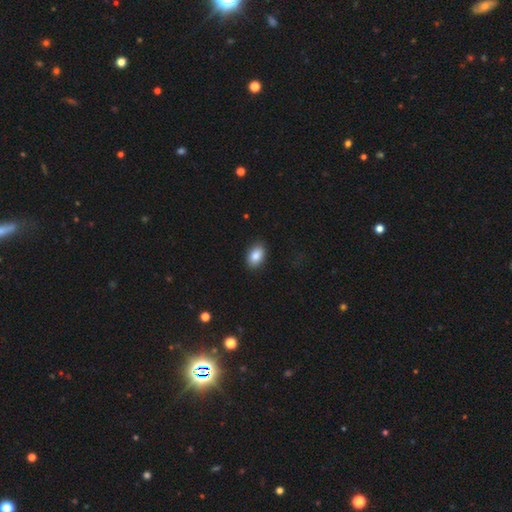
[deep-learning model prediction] Smooth or featured? Predicted: smooth (p=0.86). How rounded? Predicted: in between (p=0.88). Merging? Predicted: none (p=0.87).